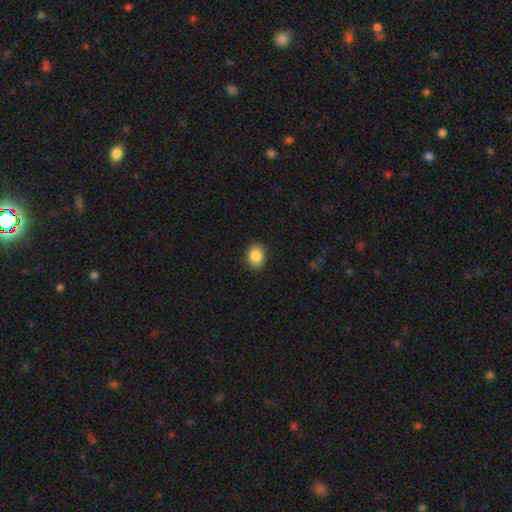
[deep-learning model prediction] Morphology: type=smooth (87%); roundness=in between (66%); merging=none (87%).